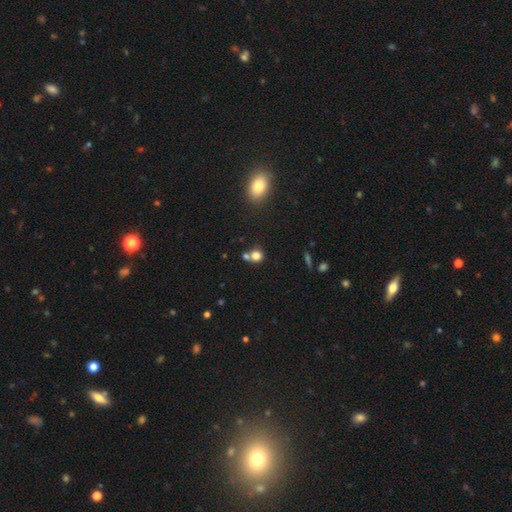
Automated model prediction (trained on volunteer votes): smooth-or-featured: smooth: 78% | star or artifact: 14% | featured or disk: 8%
  how-rounded: round: 83% | in between: 15% | cigar-shaped: 1%
  merging: none: 54% | merger: 33% | minor disturbance: 9% | major disturbance: 4%